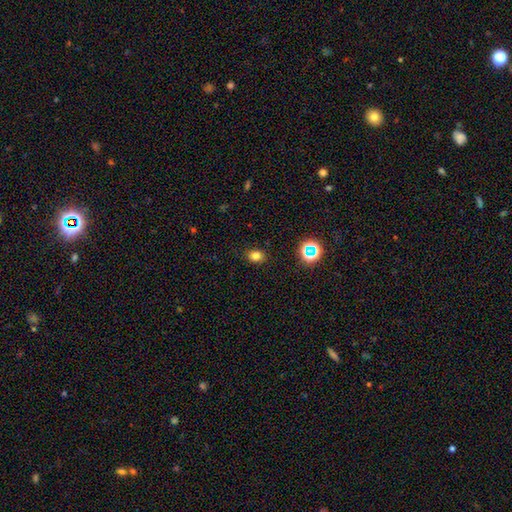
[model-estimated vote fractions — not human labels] Smooth or featured: smooth — 77% (star or artifact — 16%)
How rounded: in between — 52% (round — 47%)
Merging: none — 88% (minor disturbance — 8%)